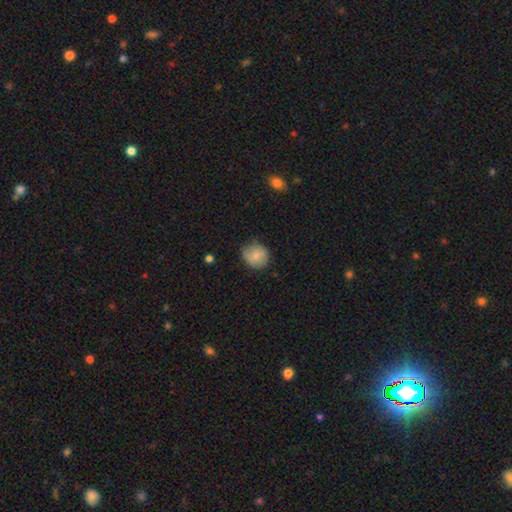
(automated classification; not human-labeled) This is likely a smooth galaxy (79%). How rounded: clearly round (80%). Merging: likely none (73%).